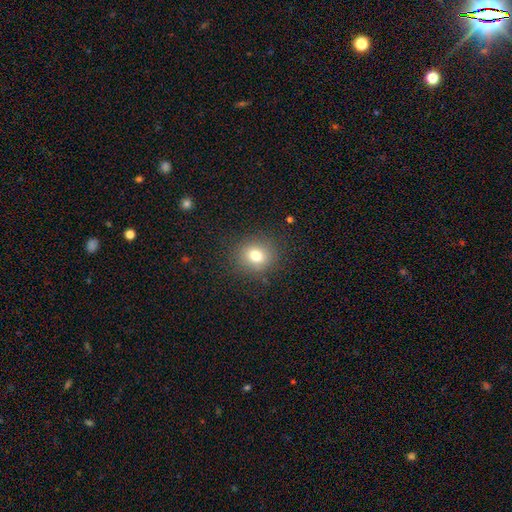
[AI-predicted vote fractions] Smooth or featured? smooth (76%)
How rounded? round (80%)
Merging? none (87%)